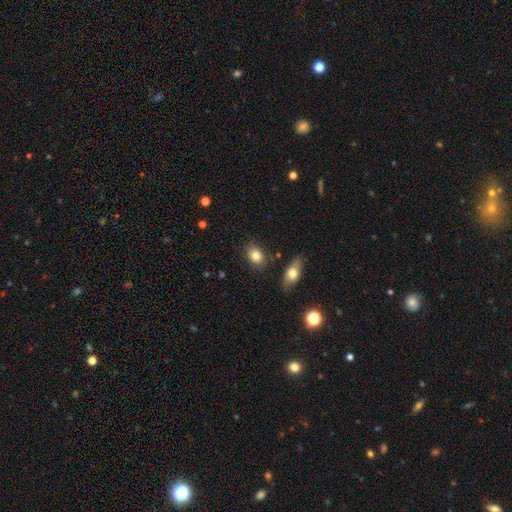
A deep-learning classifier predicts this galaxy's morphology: A smooth galaxy with no disk features (82%) that is in between round and cigar-shaped (72%). Merging: none (81%).